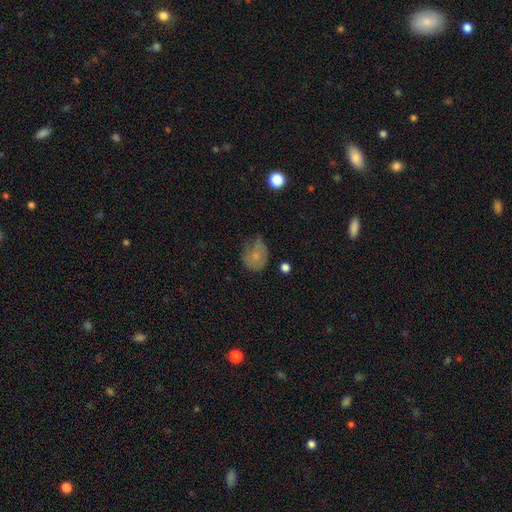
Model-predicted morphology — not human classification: Smooth or featured: smooth — 65% (featured or disk — 24%)
How rounded: round — 53% (in between — 46%)
Merging: none — 39% (minor disturbance — 38%)